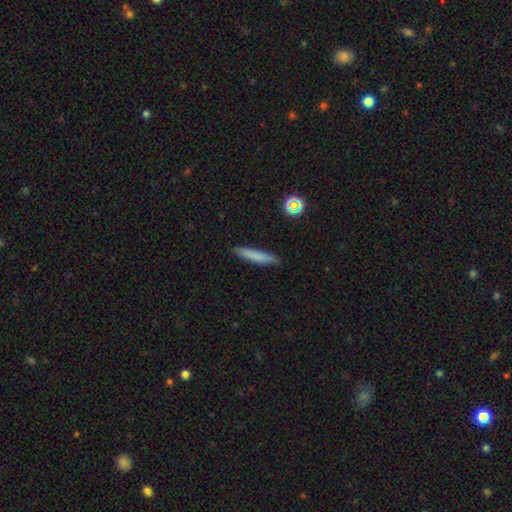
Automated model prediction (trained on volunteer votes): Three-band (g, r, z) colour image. It shows a smooth galaxy with no disk features (75%) that is cigar-shaped (91%). Merging: none (87%).